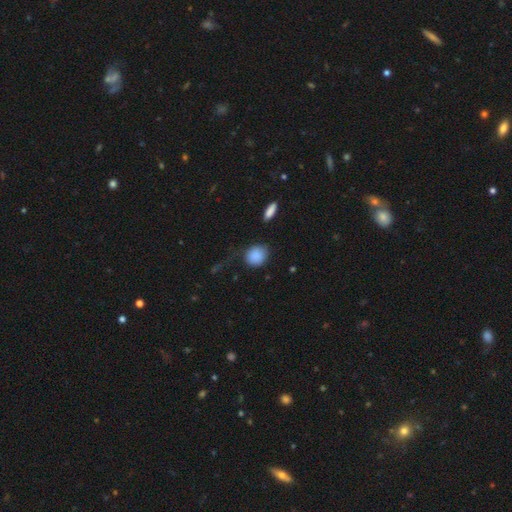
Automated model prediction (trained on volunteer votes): The model was most divided on "merging": none: 63%, minor disturbance: 22%, major disturbance: 12%, merger: 3%. More confident: smooth or featured — smooth (88%); how rounded — round (77%).